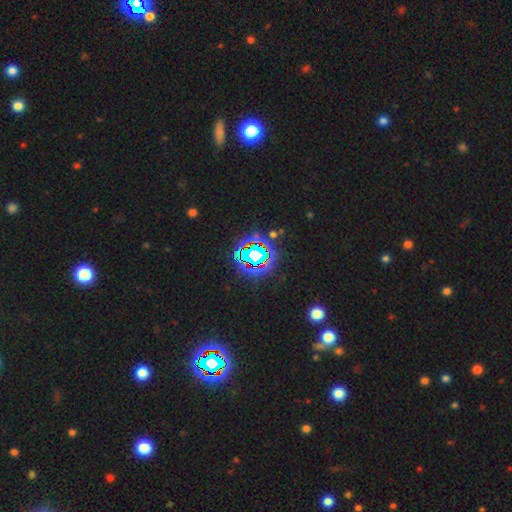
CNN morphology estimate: smooth-or-featured: star or artifact: 74% | smooth: 14% | featured or disk: 11%